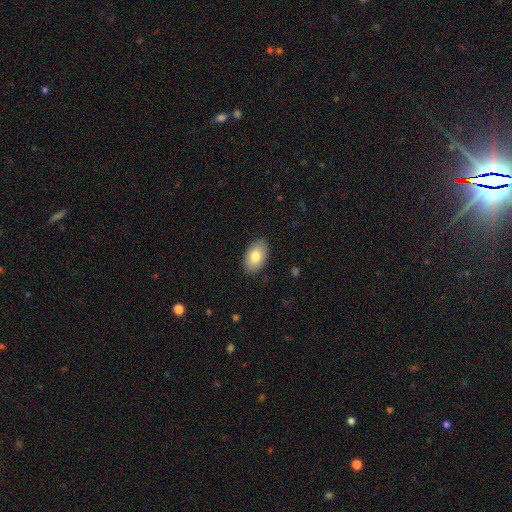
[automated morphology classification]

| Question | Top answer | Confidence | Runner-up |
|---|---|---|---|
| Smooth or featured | smooth | 81% | featured or disk (12%) |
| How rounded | in between | 93% | round (6%) |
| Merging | none | 88% | minor disturbance (9%) |